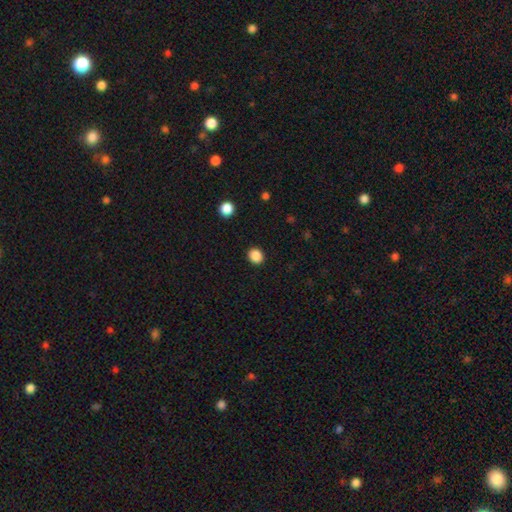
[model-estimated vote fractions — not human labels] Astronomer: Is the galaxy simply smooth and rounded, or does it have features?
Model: smooth — 87%.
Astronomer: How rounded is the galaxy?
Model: round — 76%.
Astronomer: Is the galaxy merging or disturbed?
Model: none — 91%.